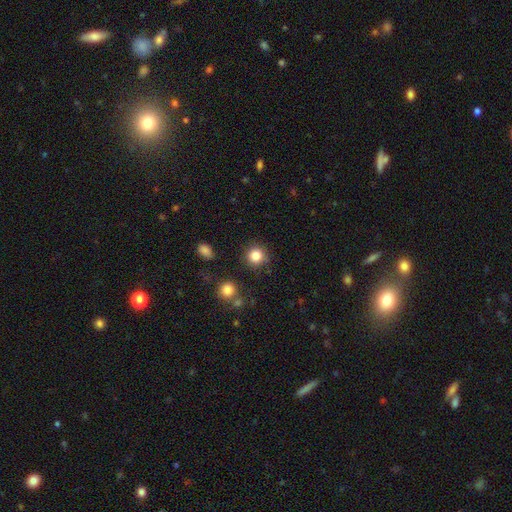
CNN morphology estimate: type=smooth (84%); roundness=round (93%); merging=none (87%).